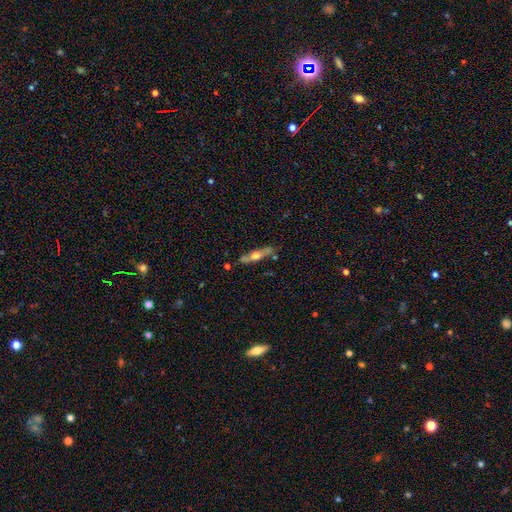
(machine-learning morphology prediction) Smooth or featured? featured or disk (61%)
Edge-on disk? yes (86%)
Edge-on bulge? rounded (91%)
Merging? none (78%)